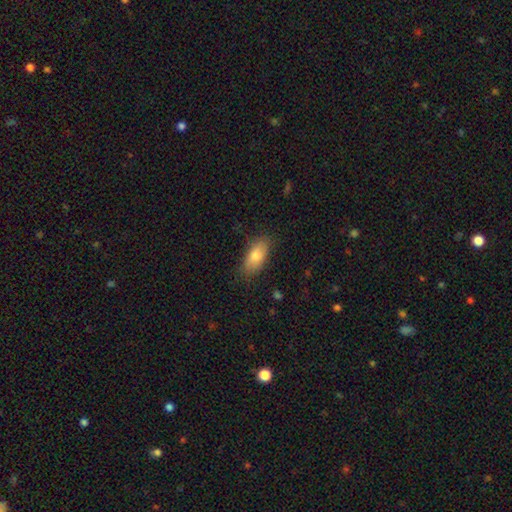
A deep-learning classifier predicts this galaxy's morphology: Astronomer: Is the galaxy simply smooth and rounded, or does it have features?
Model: smooth — 79%.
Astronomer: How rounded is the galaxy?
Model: in between — 86%.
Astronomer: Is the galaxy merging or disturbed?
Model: none — 82%.